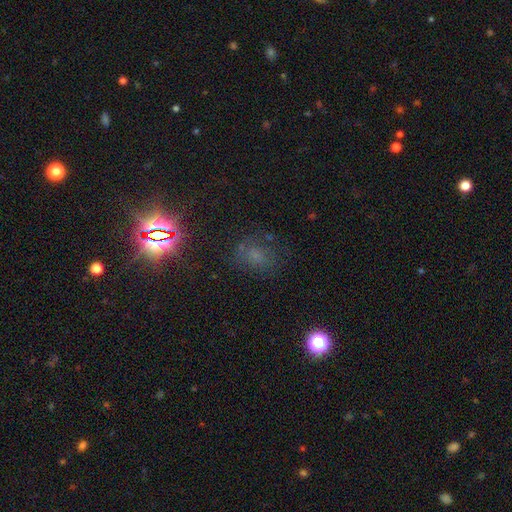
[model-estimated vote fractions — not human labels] The model was most divided on "smooth or featured": star or artifact: 43%, smooth: 40%, featured or disk: 16%.